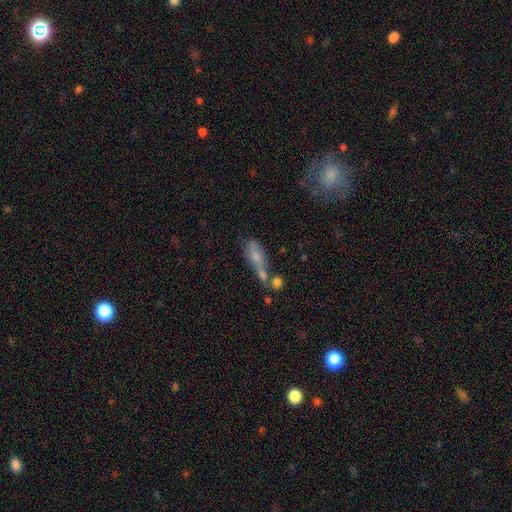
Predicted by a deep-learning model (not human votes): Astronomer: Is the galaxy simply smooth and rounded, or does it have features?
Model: smooth — 64%.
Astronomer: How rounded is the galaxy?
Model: in between — 59% (runner-up: cigar-shaped, 36%).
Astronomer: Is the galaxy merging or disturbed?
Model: merger — 42% (runner-up: none, 28%).